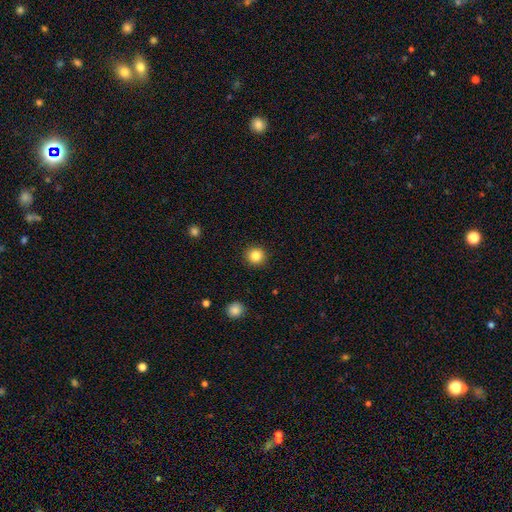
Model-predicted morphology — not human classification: type=smooth (85%); roundness=round (93%); merging=none (92%).